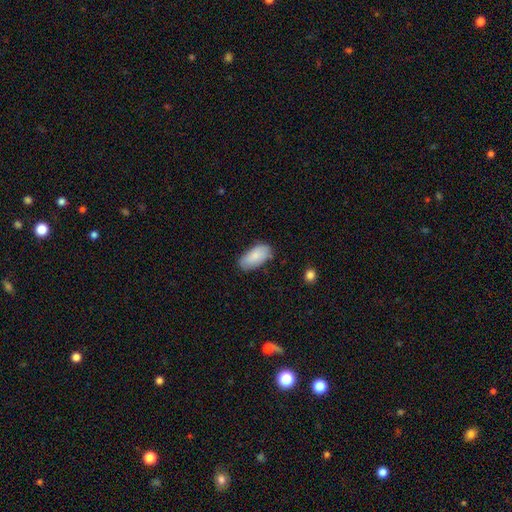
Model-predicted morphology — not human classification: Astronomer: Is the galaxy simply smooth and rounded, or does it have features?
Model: smooth — 84%.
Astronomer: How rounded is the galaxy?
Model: in between — 93%.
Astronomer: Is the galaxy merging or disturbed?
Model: none — 77%.